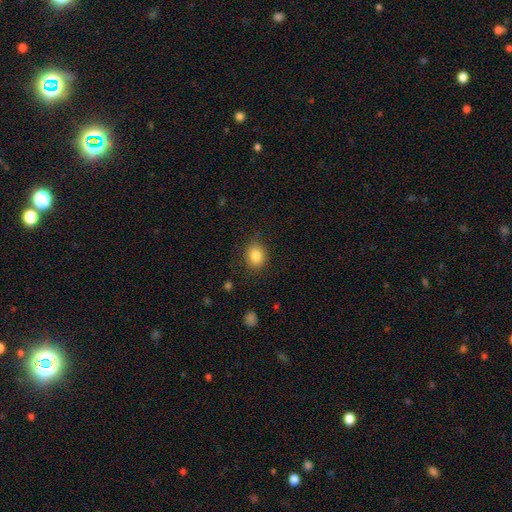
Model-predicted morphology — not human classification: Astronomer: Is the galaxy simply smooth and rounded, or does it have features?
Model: smooth — 84%.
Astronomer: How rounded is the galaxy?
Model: round — 53% (runner-up: in between, 46%).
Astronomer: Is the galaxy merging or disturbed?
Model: none — 81%.